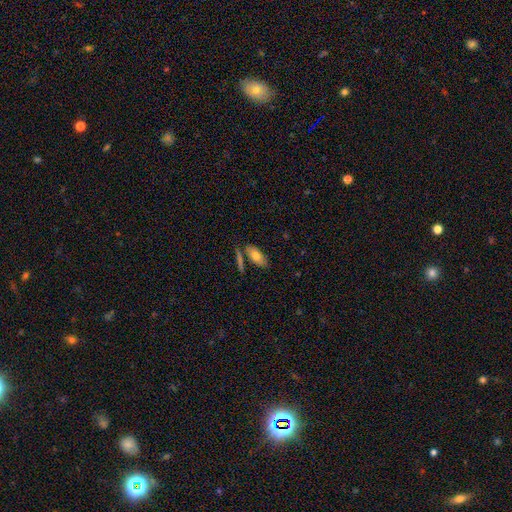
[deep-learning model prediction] Overall: smooth (73%). How rounded: in between (84%). Merging: none (67%).